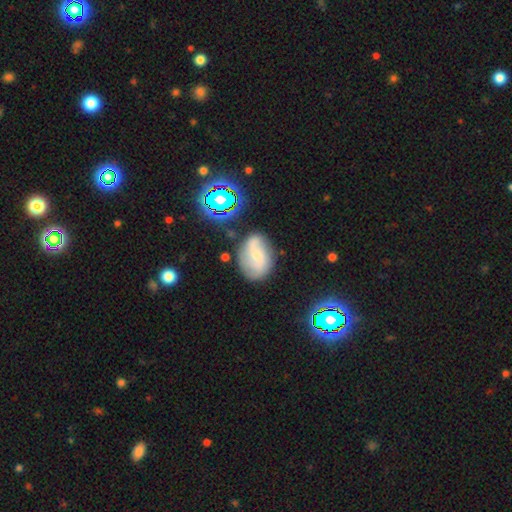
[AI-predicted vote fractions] Smooth or featured: featured or disk — 62% (smooth — 27%)
Edge-on disk: no — 96% (yes — 4%)
Bar: no — 44% (weak — 43%)
Spiral arms: yes — 88% (no — 12%)
Spiral winding: loose — 41% (medium — 39%)
Spiral arm count: 2 — 64% (can't tell — 18%)
Bulge size: small — 62% (moderate — 27%)
Merging: none — 65% (minor disturbance — 21%)